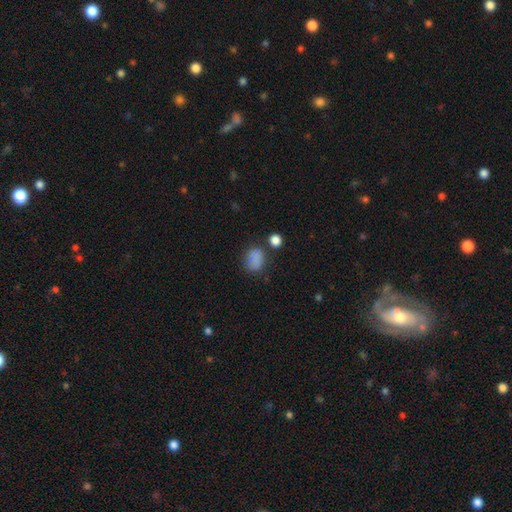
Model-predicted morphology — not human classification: smooth_or_featured: smooth (p=0.81) [alt: star or artifact p=0.13]
how_rounded: in between (p=0.58) [alt: round p=0.40]
merging: none (p=0.66) [alt: minor disturbance p=0.19]